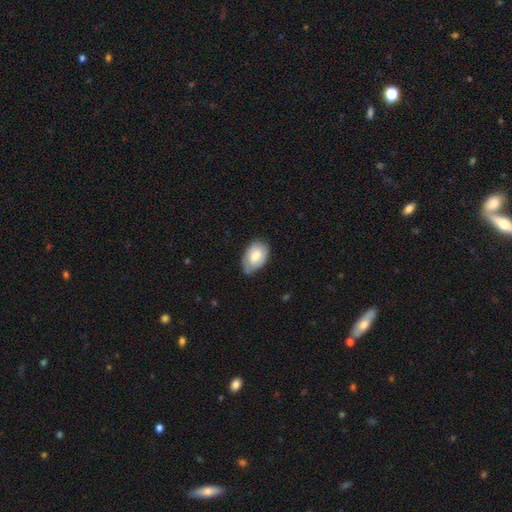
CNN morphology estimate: Smooth or featured: smooth — 72% (featured or disk — 22%)
How rounded: in between — 90% (round — 9%)
Merging: none — 62% (minor disturbance — 31%)